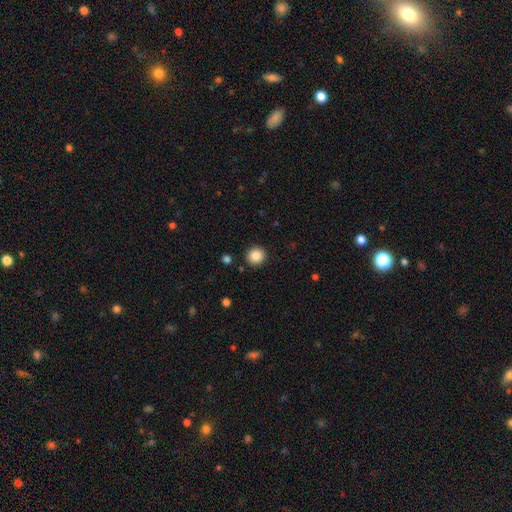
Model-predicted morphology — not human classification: Overall: smooth (86%). How rounded: round (90%). Merging: none (91%).